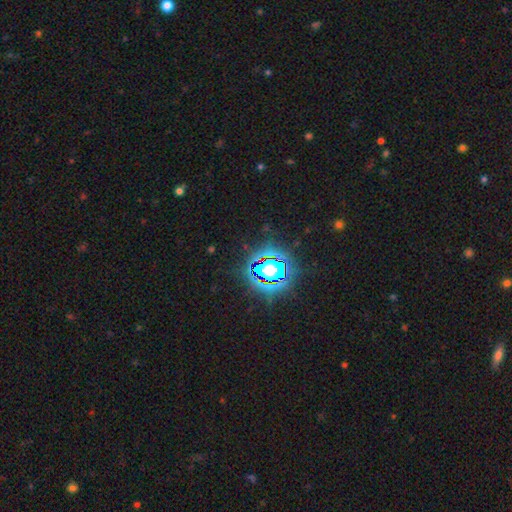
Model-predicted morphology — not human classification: type=star or artifact (82%).